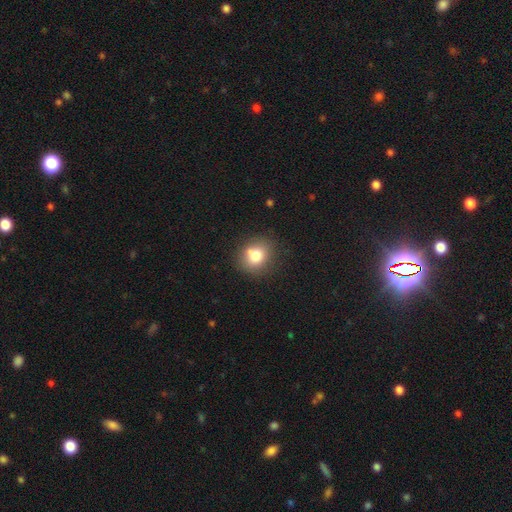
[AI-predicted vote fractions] A smooth galaxy with no disk features (76%) that is round (73%). Merging: none (69%).